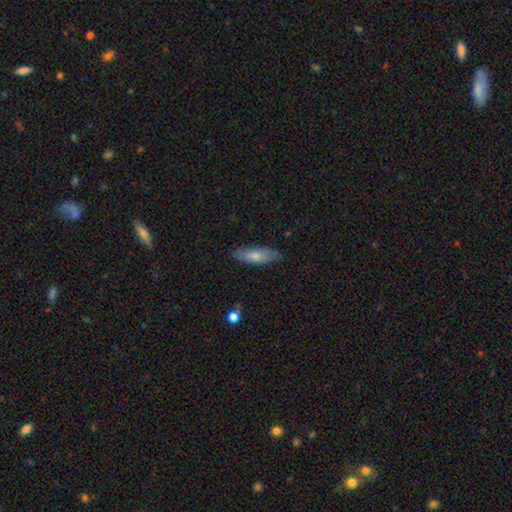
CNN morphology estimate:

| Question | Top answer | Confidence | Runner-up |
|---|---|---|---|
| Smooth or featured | smooth | 73% | featured or disk (21%) |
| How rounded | in between | 56% | cigar-shaped (43%) |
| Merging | none | 83% | minor disturbance (13%) |